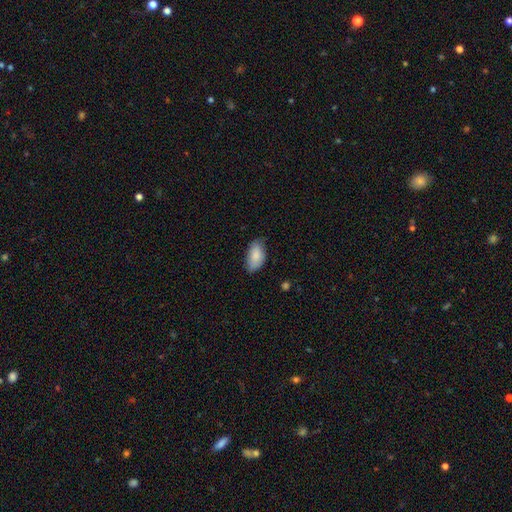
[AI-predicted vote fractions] Smooth or featured? Predicted: smooth (p=0.86). How rounded? Predicted: in between (p=0.94). Merging? Predicted: none (p=0.68).